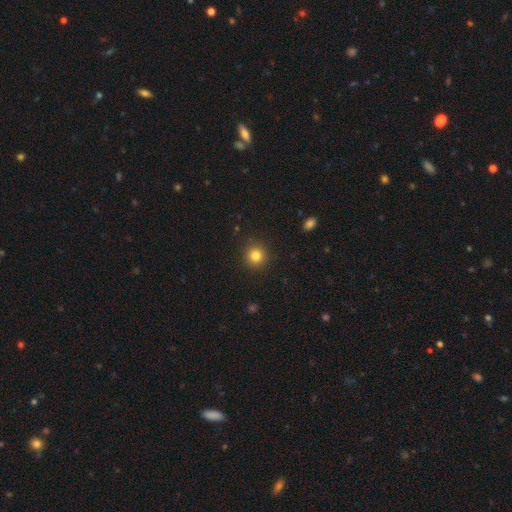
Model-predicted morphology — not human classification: smooth-or-featured: smooth: 82% | star or artifact: 12% | featured or disk: 5%
  how-rounded: round: 94% | in between: 5% | cigar-shaped: 1%
  merging: none: 91% | minor disturbance: 6% | major disturbance: 2% | merger: 1%